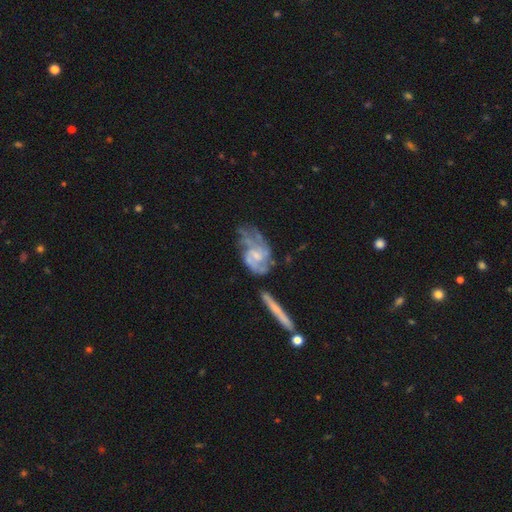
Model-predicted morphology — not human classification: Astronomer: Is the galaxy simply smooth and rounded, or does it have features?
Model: featured or disk — 77%.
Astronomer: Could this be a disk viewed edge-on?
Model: no — 96%.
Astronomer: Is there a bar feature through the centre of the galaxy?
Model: no — 53% (runner-up: weak, 39%).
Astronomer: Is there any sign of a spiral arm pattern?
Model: yes — 83%.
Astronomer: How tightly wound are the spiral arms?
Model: medium — 45% (runner-up: tight, 28%).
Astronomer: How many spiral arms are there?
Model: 2 — 39% (runner-up: can't tell, 31%).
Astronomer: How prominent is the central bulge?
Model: small — 40% (runner-up: moderate, 34%).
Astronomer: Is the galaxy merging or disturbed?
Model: none — 36% (runner-up: major disturbance, 29%).